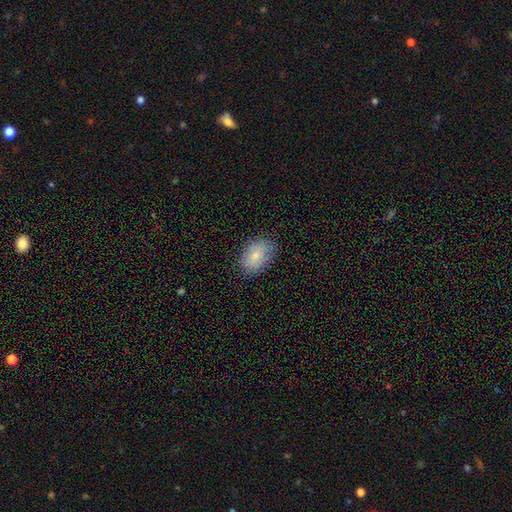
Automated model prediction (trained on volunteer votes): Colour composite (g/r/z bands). It shows a smooth galaxy with no disk features (76%) that is in between round and cigar-shaped (86%). Merging: none (80%).